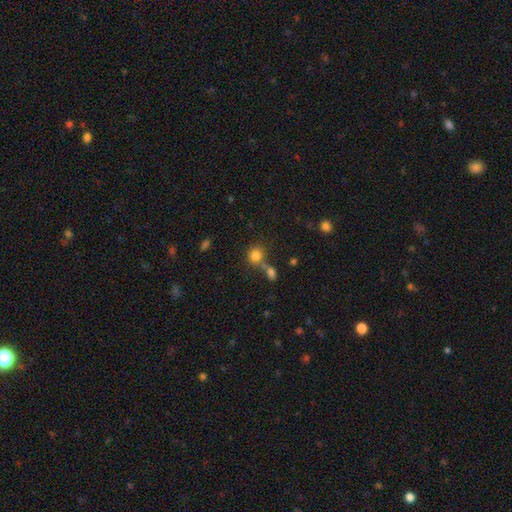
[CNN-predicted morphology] The model was most divided on "merging": none: 56%, merger: 29%, minor disturbance: 11%, major disturbance: 5%. More confident: smooth or featured — smooth (81%); how rounded — round (79%).